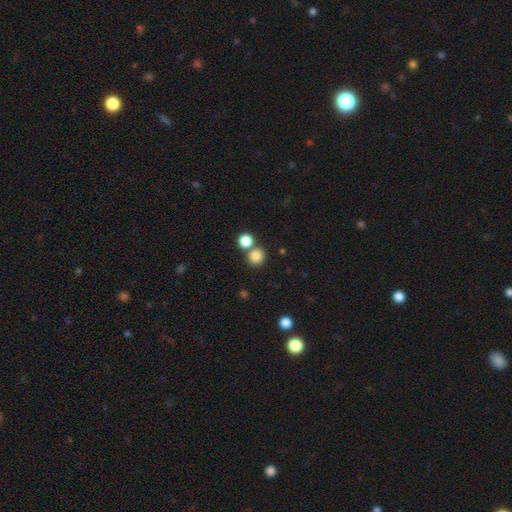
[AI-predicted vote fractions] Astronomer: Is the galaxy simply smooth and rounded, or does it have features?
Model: smooth — 82%.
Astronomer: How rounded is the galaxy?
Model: round — 89%.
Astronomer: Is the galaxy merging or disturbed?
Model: none — 63%.